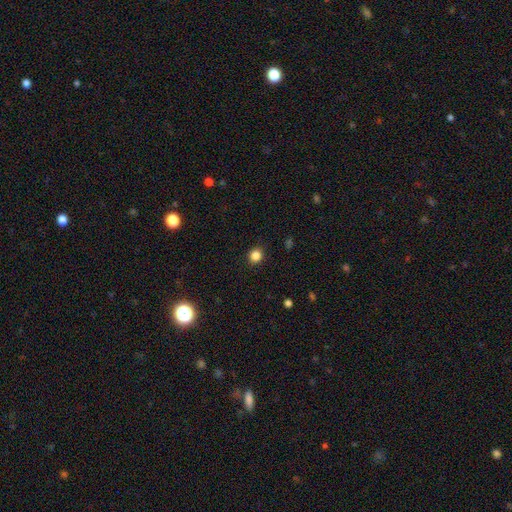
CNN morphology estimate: Q: Smooth or featured?
A: smooth (84%); runner-up: star or artifact (12%)
Q: How rounded?
A: round (87%); runner-up: in between (12%)
Q: Merging?
A: none (91%); runner-up: minor disturbance (6%)